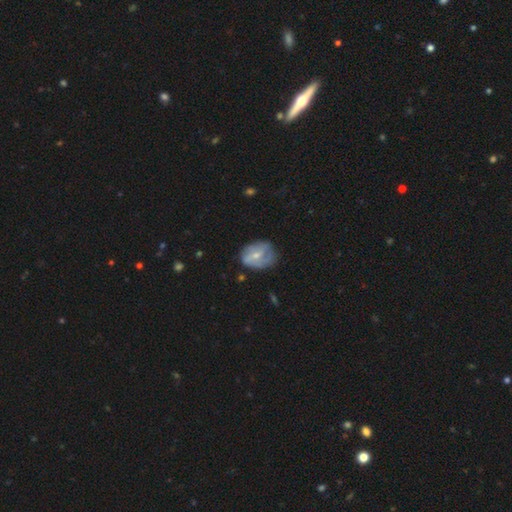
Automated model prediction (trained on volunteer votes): Morphology: type=featured or disk (55%); edge-on=no (97%); bar=weak (45%); spiral arms=yes (67%); bulge=small (54%); merging=none (56%).